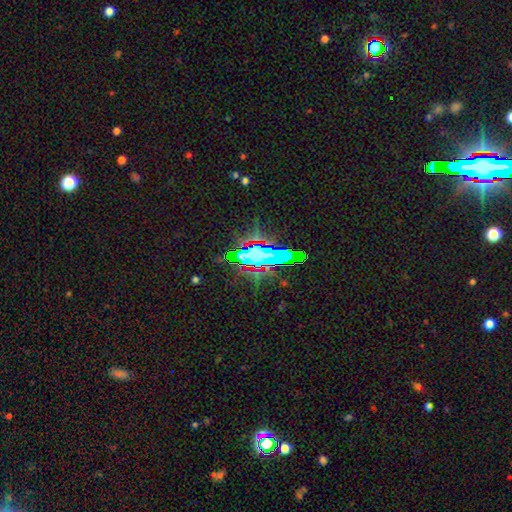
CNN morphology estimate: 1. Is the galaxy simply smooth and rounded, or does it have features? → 58% star or artifact, 22% featured or disk, 20% smooth.